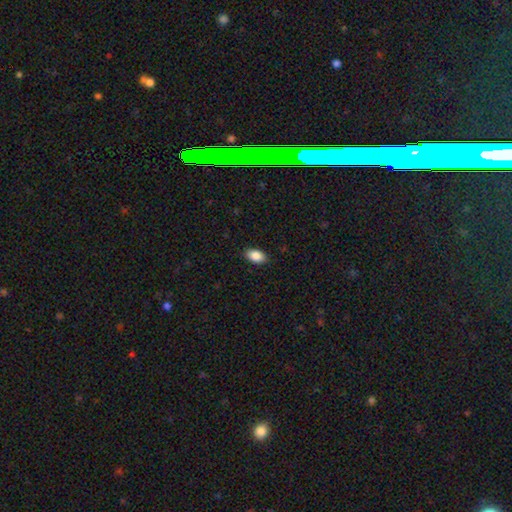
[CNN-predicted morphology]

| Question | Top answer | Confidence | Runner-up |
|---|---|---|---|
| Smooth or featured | smooth | 88% | star or artifact (7%) |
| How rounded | in between | 93% | round (5%) |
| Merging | none | 88% | minor disturbance (9%) |